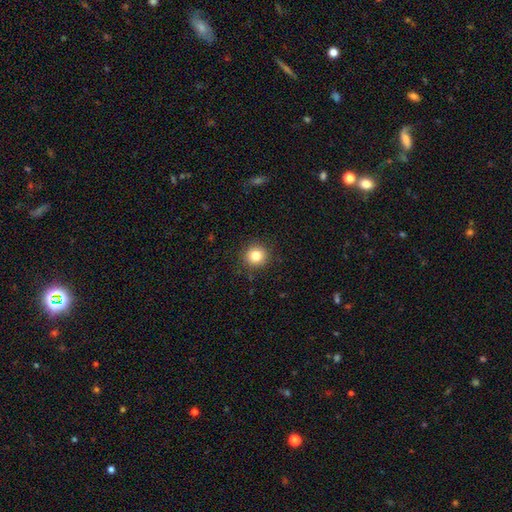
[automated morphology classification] The model was most divided on "smooth or featured": smooth: 81%, star or artifact: 11%, featured or disk: 7%. More confident: how rounded — round (94%); merging — none (90%).